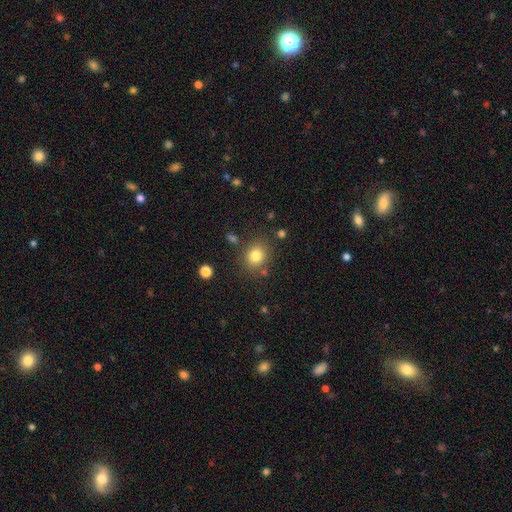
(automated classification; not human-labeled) Smooth or featured: smooth — 80% (star or artifact — 12%)
How rounded: round — 69% (in between — 30%)
Merging: none — 80% (minor disturbance — 11%)